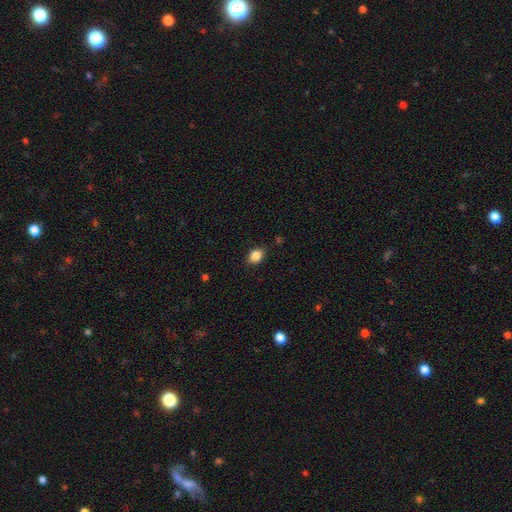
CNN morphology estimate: The model was most divided on "how rounded": in between: 68%, round: 31%, cigar-shaped: 1%. More confident: merging — none (87%); smooth or featured — smooth (86%).